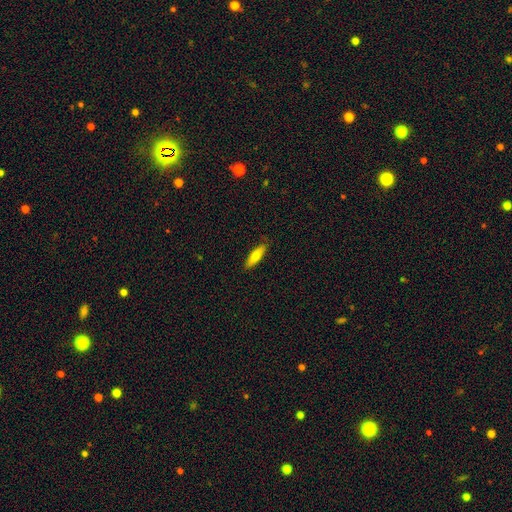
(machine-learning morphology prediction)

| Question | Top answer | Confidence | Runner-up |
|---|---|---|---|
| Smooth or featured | smooth | 74% | featured or disk (20%) |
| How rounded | cigar-shaped | 64% | in between (34%) |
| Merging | none | 86% | minor disturbance (11%) |